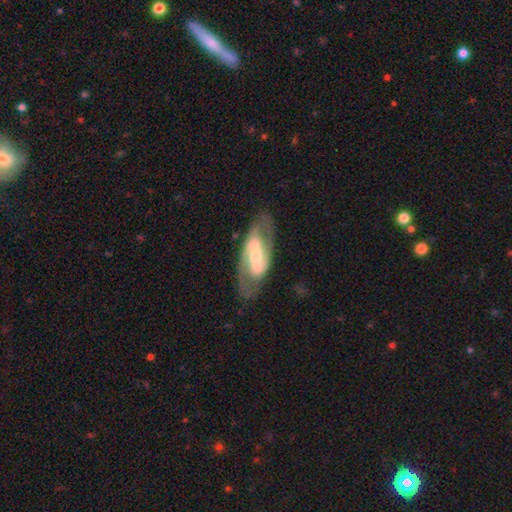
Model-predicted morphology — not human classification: type=featured or disk (82%); edge-on=no (93%); bar=strong (60%); spiral arms=yes (90%); winding=medium (51%); arm count=2 (88%); bulge=small (47%); merging=none (78%).